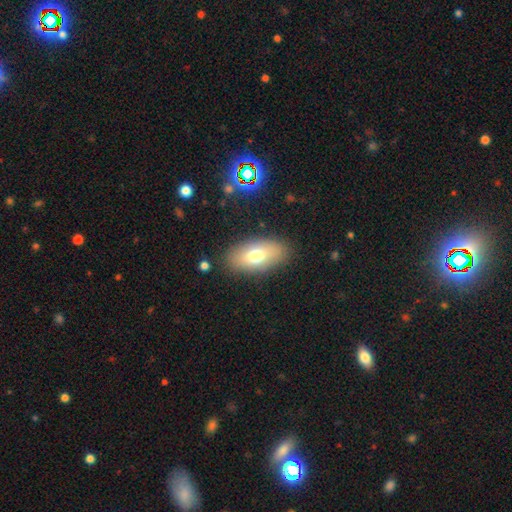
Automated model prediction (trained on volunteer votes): Q: Smooth or featured?
A: smooth (71%); runner-up: featured or disk (20%)
Q: How rounded?
A: in between (91%); runner-up: round (5%)
Q: Merging?
A: none (84%); runner-up: minor disturbance (11%)